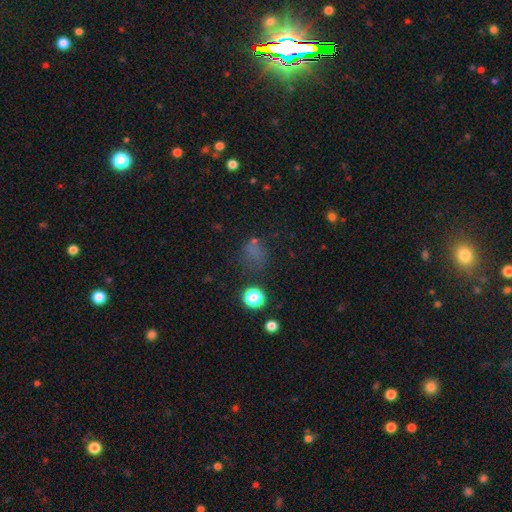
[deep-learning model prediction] smooth 49%, star or artifact 40%, featured or disk 11%. Down the decision tree: merging — none (58%).